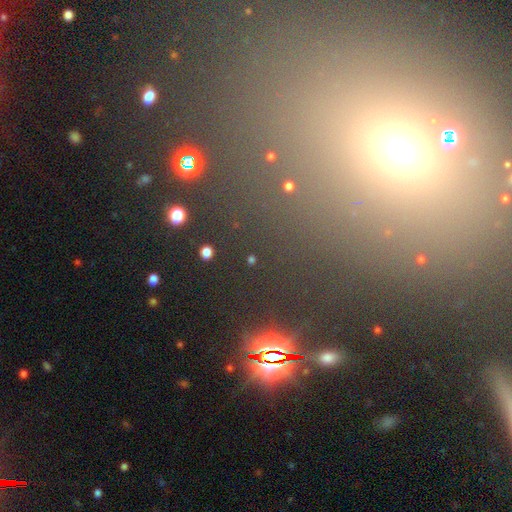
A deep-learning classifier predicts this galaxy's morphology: Smooth or featured? Predicted: star or artifact (p=0.55).